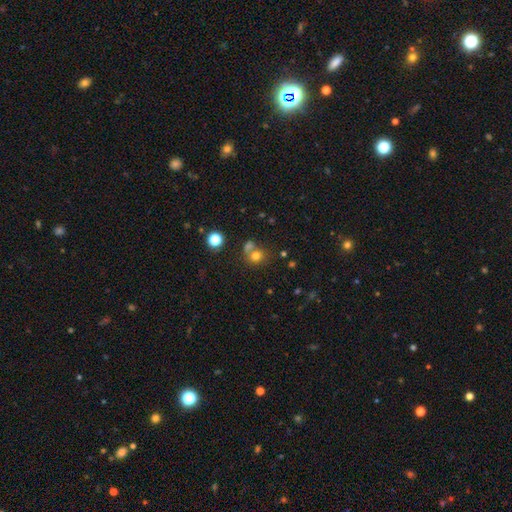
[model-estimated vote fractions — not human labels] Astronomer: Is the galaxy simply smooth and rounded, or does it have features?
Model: smooth — 71%.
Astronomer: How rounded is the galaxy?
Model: round — 78%.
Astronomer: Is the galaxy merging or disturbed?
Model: none — 50% (runner-up: merger, 35%).